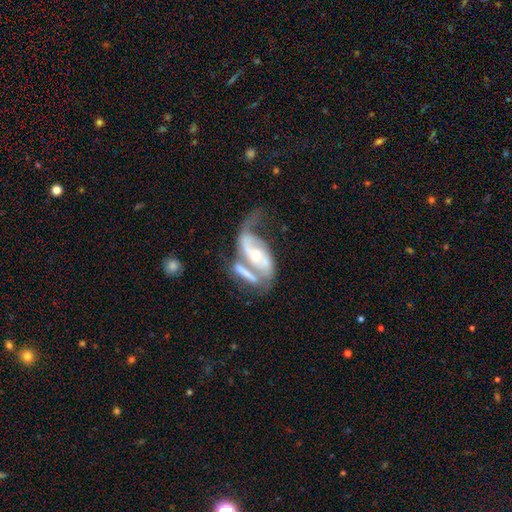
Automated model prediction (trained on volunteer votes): Q: Smooth or featured?
A: featured or disk (78%); runner-up: smooth (17%)
Q: Edge-on disk?
A: no (91%); runner-up: yes (9%)
Q: Bar?
A: no (47%); runner-up: weak (28%)
Q: Spiral arms?
A: yes (81%); runner-up: no (19%)
Q: Spiral winding?
A: loose (57%); runner-up: medium (29%)
Q: Spiral arm count?
A: 2 (68%); runner-up: 1 (16%)
Q: Bulge size?
A: moderate (57%); runner-up: small (36%)
Q: Merging?
A: merger (39%); runner-up: major disturbance (27%)